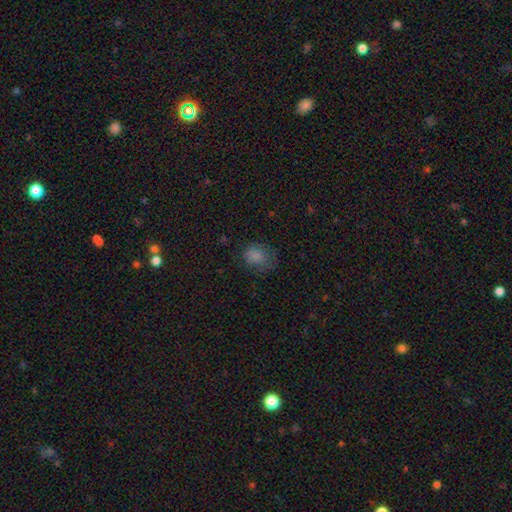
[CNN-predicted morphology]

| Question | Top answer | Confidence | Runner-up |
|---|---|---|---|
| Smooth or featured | smooth | 80% | star or artifact (13%) |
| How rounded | in between | 61% | round (38%) |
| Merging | none | 62% | minor disturbance (25%) |